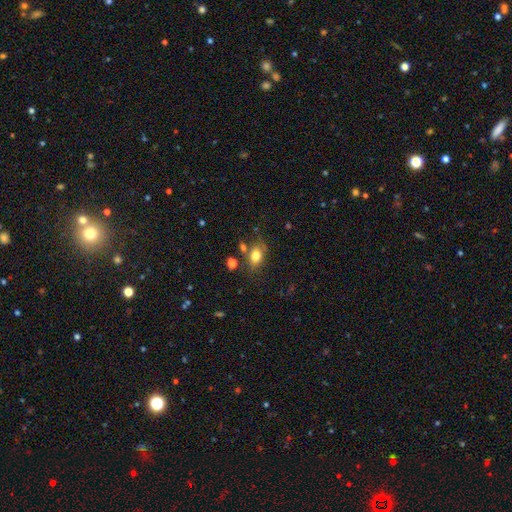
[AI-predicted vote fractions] smooth-or-featured: smooth: 78% | featured or disk: 12% | star or artifact: 10%
  how-rounded: in between: 75% | round: 23% | cigar-shaped: 2%
  merging: none: 64% | minor disturbance: 19% | merger: 10% | major disturbance: 7%